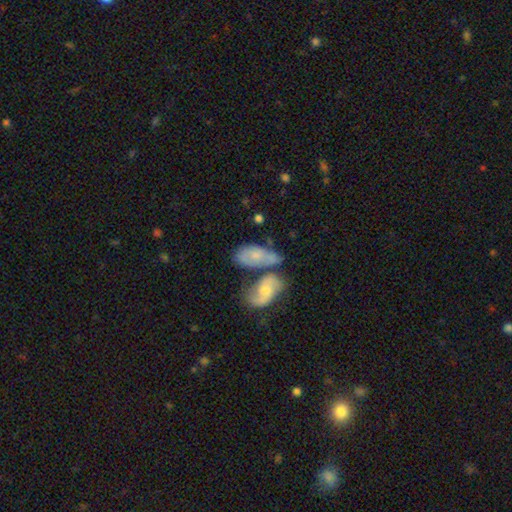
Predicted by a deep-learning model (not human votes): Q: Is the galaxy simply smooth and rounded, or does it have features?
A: smooth — 52%.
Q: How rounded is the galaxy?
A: in between — 90%.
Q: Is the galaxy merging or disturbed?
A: merger — 45%.